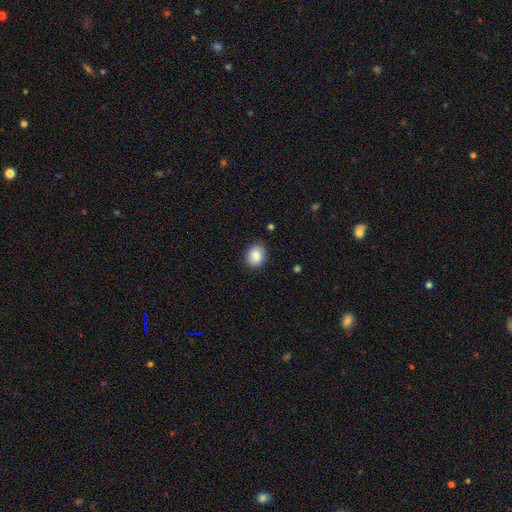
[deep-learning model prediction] The model was most divided on "how rounded": round: 51%, in between: 48%, cigar-shaped: 1%. More confident: smooth or featured — smooth (87%); merging — none (85%).